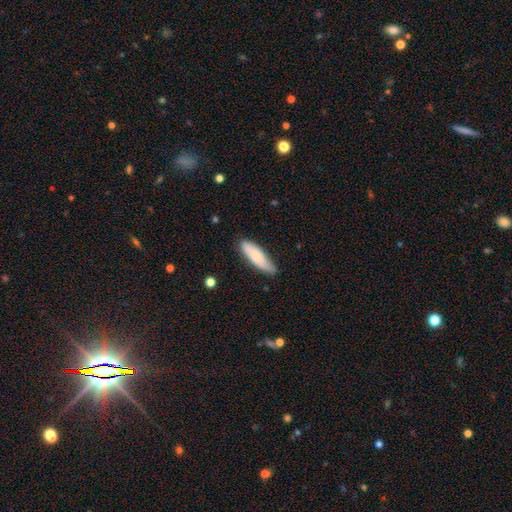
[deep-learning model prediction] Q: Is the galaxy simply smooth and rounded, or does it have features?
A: smooth — 76%.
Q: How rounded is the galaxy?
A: cigar-shaped — 53%.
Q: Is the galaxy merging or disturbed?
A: none — 75%.